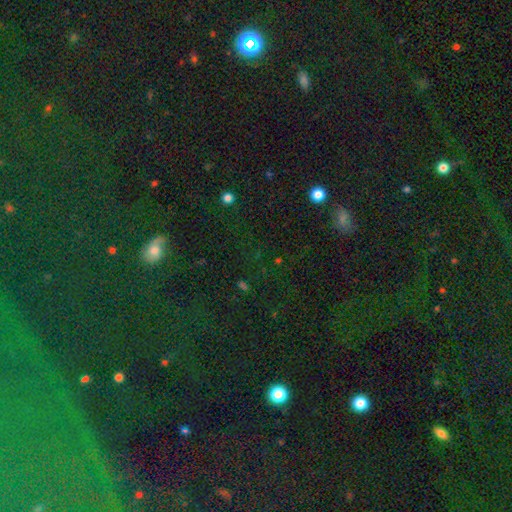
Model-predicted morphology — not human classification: This appears to be a star or artifact, not a galaxy (59%).